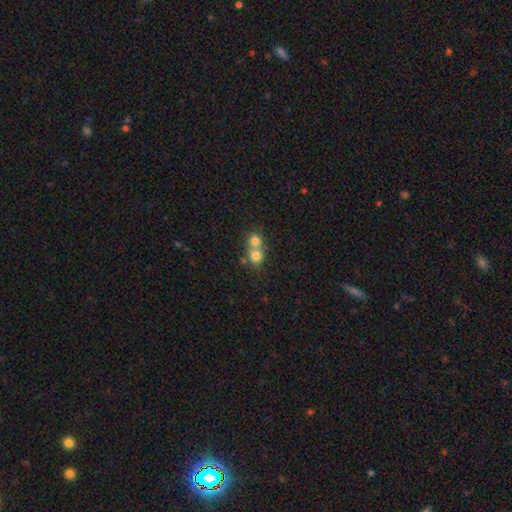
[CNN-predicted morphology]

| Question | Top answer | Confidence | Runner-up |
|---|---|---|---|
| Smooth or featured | smooth | 76% | featured or disk (13%) |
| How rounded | round | 84% | in between (15%) |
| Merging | merger | 61% | none (33%) |